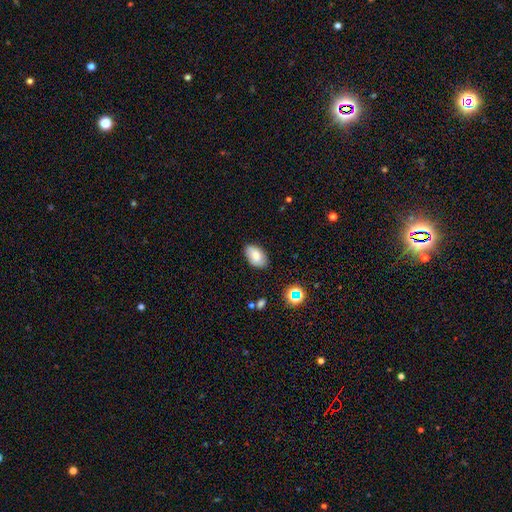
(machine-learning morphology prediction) This appears to be a smooth galaxy with no disk features (77%) that is in between round and cigar-shaped (92%). Merging: none (81%).